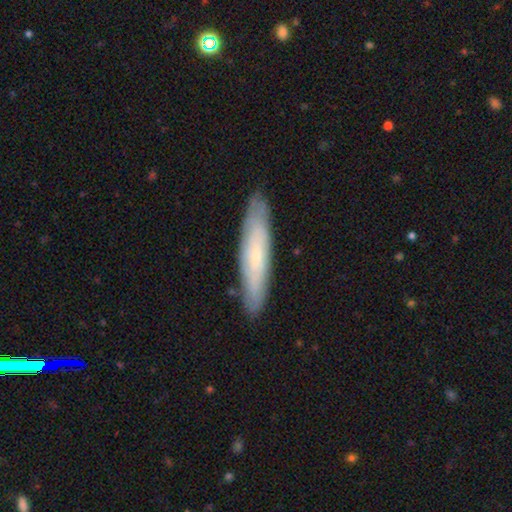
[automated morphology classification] This is possibly a featured or disk galaxy (47%, tied with smooth). Merging: clearly none (86%).